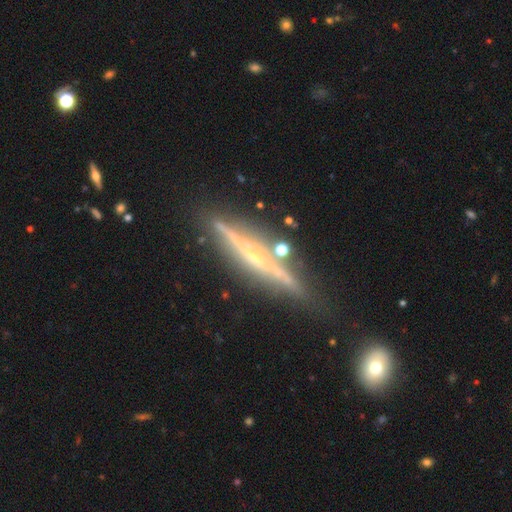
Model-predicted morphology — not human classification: featured or disk 83%, smooth 10%, star or artifact 6%. Down the decision tree: edge-on disk — yes (98%); edge-on bulge — rounded (55%); merging — none (84%).